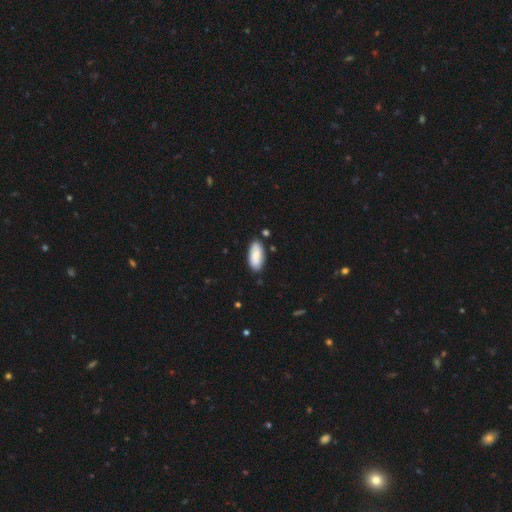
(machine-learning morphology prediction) Smooth or featured? smooth (82%)
How rounded? in between (89%)
Merging? none (83%)